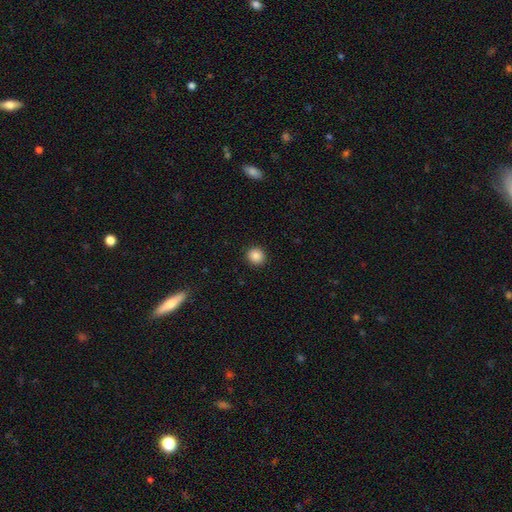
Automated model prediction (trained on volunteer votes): Morphology: type=smooth (87%); roundness=round (91%); merging=none (93%).